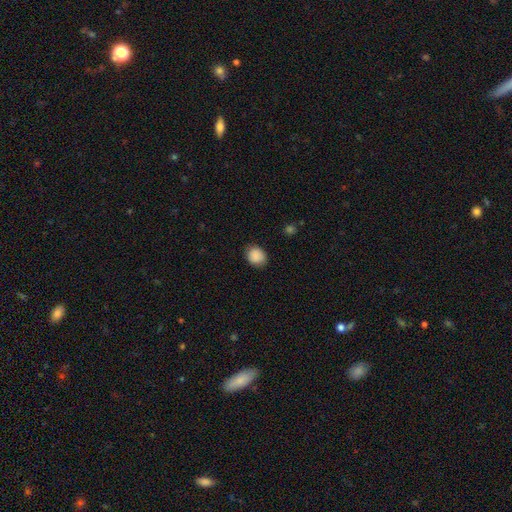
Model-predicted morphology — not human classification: Overall: smooth (89%). How rounded: round (65%; in between 34%). Merging: none (85%).